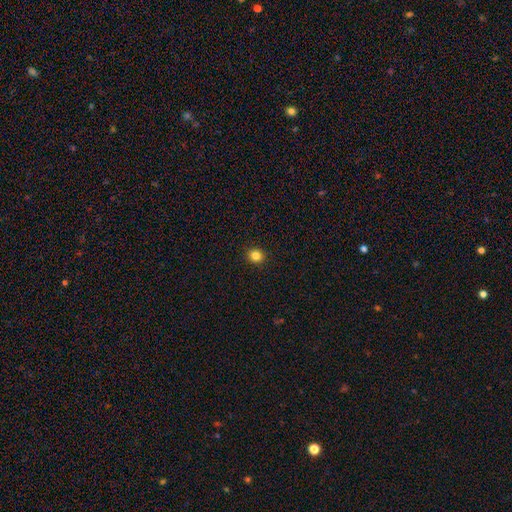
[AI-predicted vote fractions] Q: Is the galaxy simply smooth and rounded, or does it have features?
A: smooth — 84%.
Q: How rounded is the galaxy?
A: round — 85%.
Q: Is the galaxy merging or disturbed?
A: none — 92%.